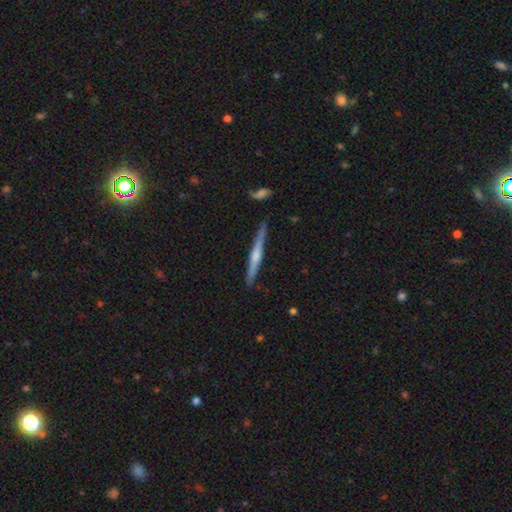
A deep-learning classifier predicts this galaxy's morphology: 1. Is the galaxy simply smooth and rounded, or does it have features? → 74% featured or disk, 18% smooth, 8% star or artifact.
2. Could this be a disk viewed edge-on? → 98% yes, 2% no.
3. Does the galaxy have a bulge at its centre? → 78% rounded, 15% none, 7% boxy.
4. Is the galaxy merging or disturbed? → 89% none, 8% minor disturbance, 2% merger, 2% major disturbance.